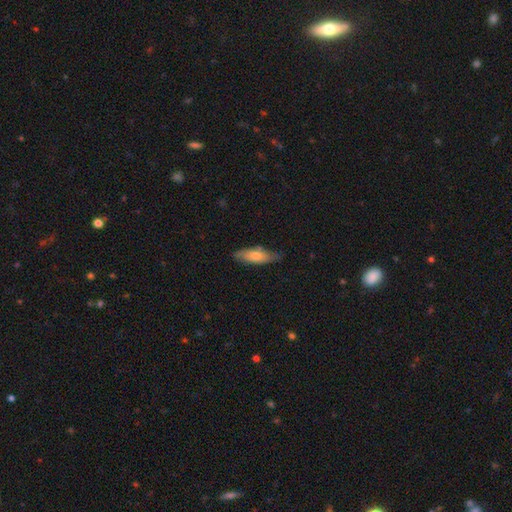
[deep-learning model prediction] A smooth galaxy with no disk features (64%) that is in between round and cigar-shaped (60%). Merging: none (69%).